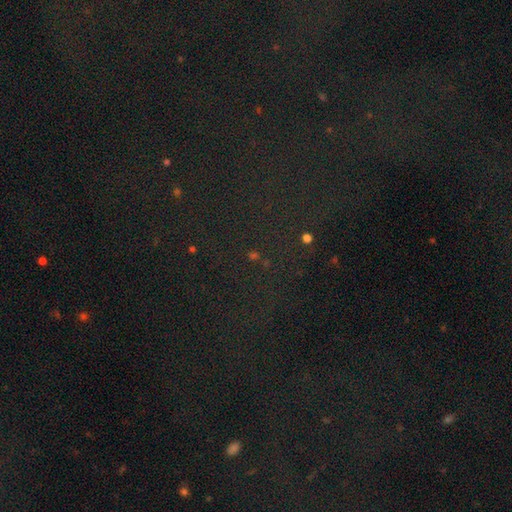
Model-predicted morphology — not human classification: Smooth or featured: star or artifact — 80% (smooth — 13%)